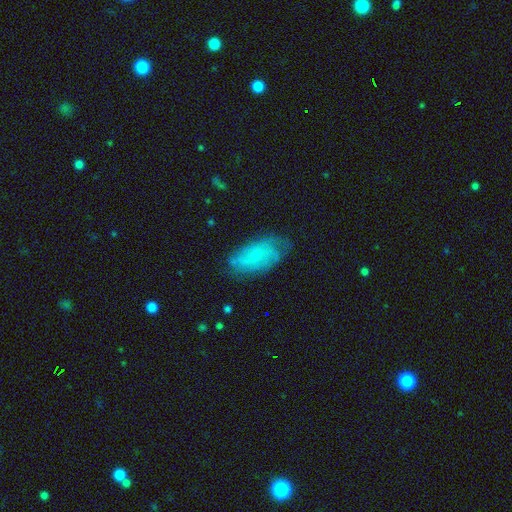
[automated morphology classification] This is possibly a smooth galaxy (49%). Merging: likely none (66%).